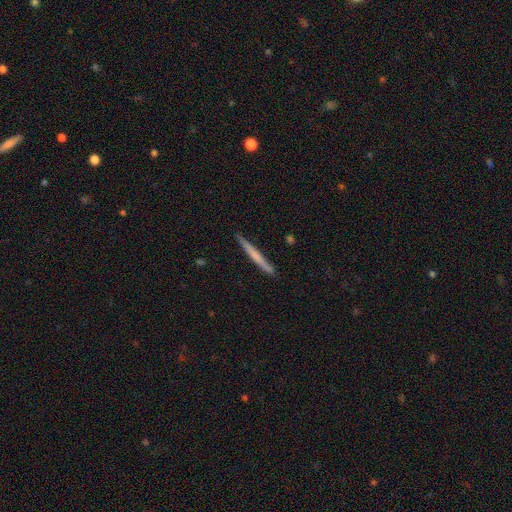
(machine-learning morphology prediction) Overall: smooth (50%; featured or disk 45%). Merging: none (90%).